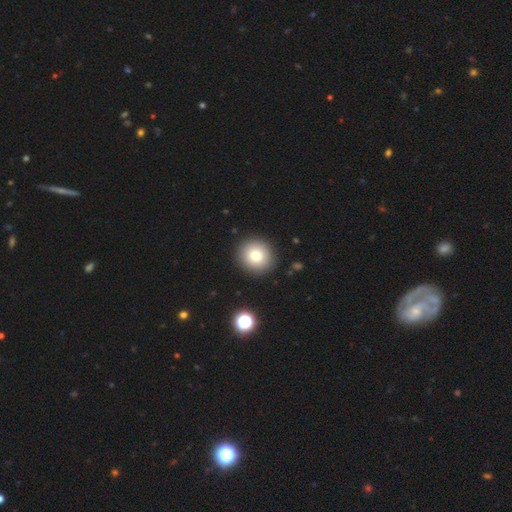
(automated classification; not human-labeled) Smooth or featured?
  - smooth: 78% *
  - star or artifact: 11%
  - featured or disk: 11%
How rounded?
  - round: 90% *
  - in between: 9%
  - cigar-shaped: 1%
Merging?
  - none: 90% *
  - minor disturbance: 6%
  - major disturbance: 2%
  - merger: 2%